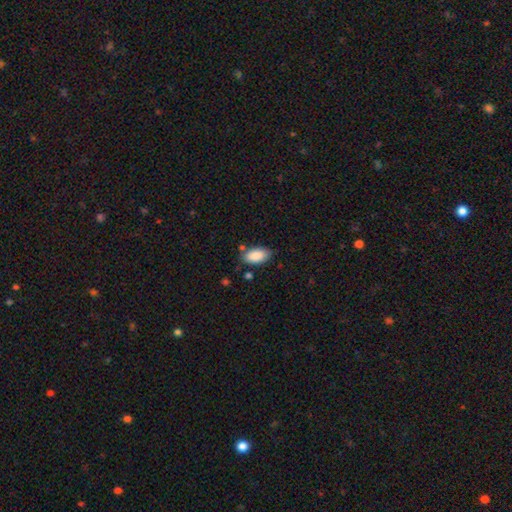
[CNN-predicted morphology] Smooth or featured?
  - smooth: 89% *
  - star or artifact: 7%
  - featured or disk: 5%
How rounded?
  - in between: 94% *
  - cigar-shaped: 3%
  - round: 3%
Merging?
  - none: 78% *
  - minor disturbance: 15%
  - merger: 4%
  - major disturbance: 3%